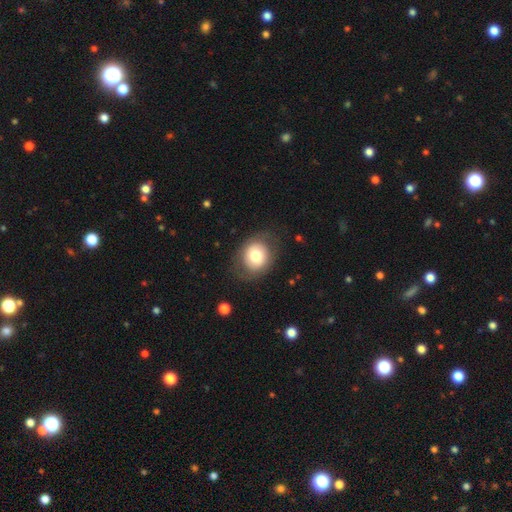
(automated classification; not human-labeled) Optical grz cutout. It shows a smooth galaxy with no disk features (68%) that is round (65%). Merging: none (77%).